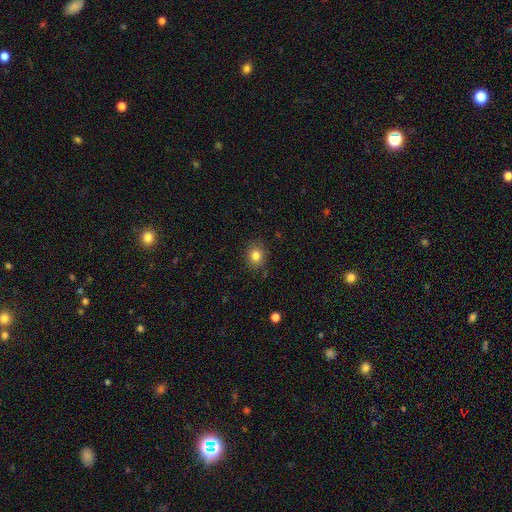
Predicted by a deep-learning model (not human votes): Morphology: type=smooth (82%); roundness=round (67%); merging=none (87%).